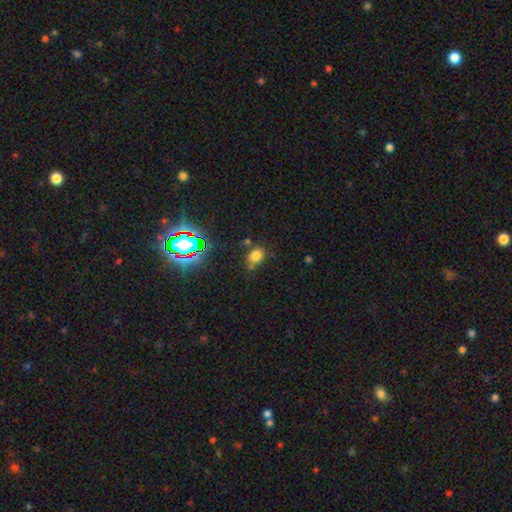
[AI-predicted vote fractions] Q: Smooth or featured?
A: smooth (73%); runner-up: star or artifact (19%)
Q: How rounded?
A: round (52%); runner-up: in between (47%)
Q: Merging?
A: none (65%); runner-up: minor disturbance (20%)